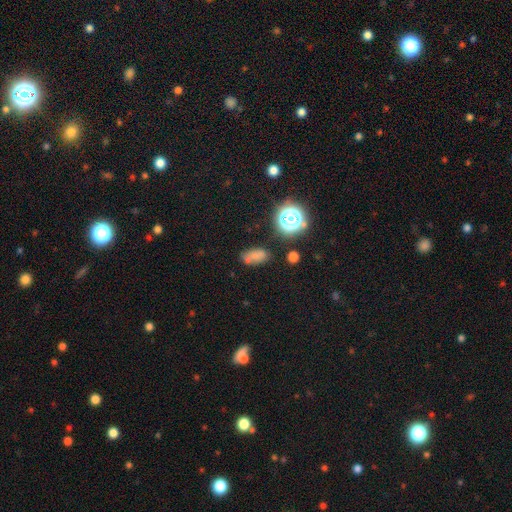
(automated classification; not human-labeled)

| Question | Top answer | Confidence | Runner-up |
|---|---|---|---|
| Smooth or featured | smooth | 68% | star or artifact (20%) |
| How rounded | in between | 80% | round (14%) |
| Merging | none | 61% | minor disturbance (21%) |